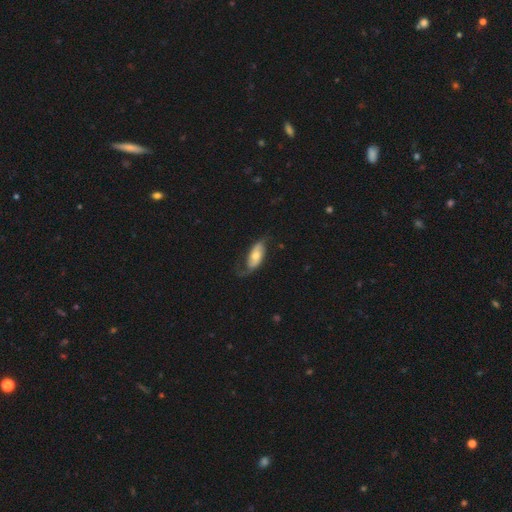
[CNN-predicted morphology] This is possibly a featured or disk galaxy (57%). It is clearly not viewed edge-on (87%). Merging: possibly none (55%).